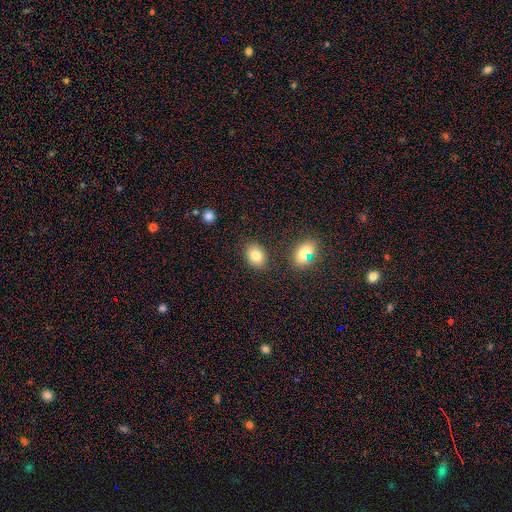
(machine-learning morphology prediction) Overall: smooth (82%). How rounded: in between (68%; round 31%). Merging: none (84%).